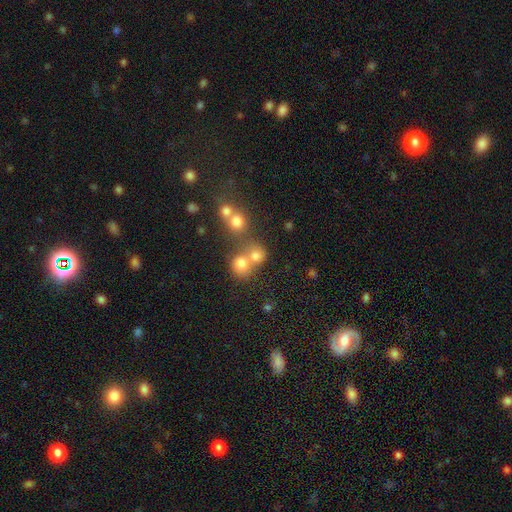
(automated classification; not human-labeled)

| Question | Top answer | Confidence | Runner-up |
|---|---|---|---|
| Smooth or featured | smooth | 75% | star or artifact (15%) |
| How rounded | round | 80% | in between (19%) |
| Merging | merger | 45% | none (44%) |